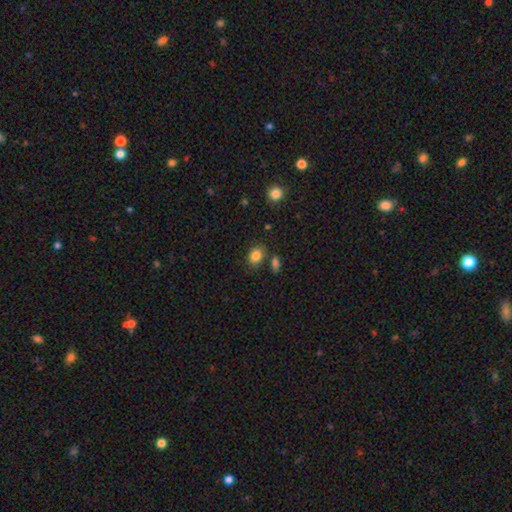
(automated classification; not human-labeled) smooth-or-featured: smooth: 85% | star or artifact: 10% | featured or disk: 5%
  how-rounded: in between: 64% | round: 35% | cigar-shaped: 1%
  merging: none: 75% | minor disturbance: 13% | merger: 9% | major disturbance: 4%